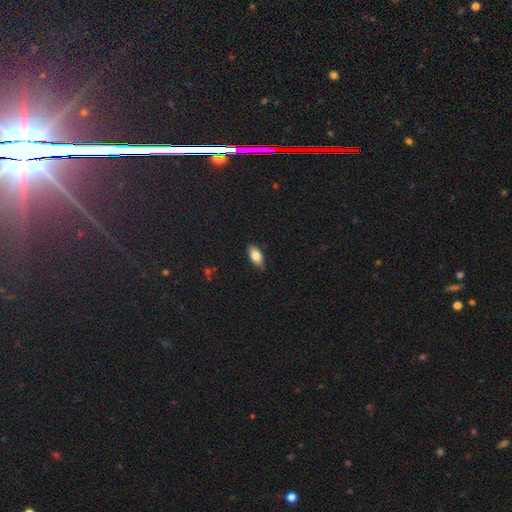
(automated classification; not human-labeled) Smooth or featured? Predicted: smooth (p=0.77). How rounded? Predicted: in between (p=0.87). Merging? Predicted: none (p=0.82).